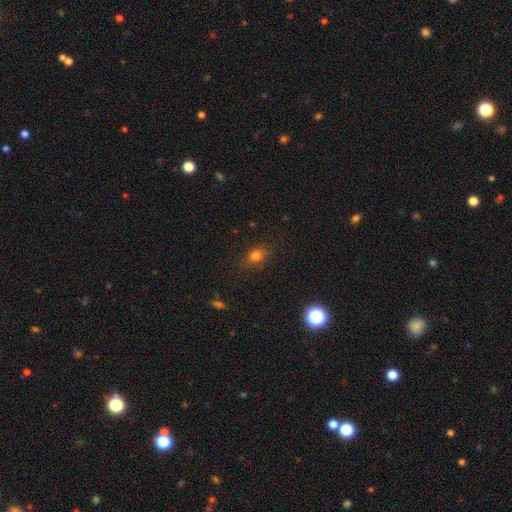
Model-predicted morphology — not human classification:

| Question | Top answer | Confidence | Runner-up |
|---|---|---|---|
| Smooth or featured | smooth | 77% | star or artifact (15%) |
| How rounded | round | 51% | in between (47%) |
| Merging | none | 80% | minor disturbance (14%) |